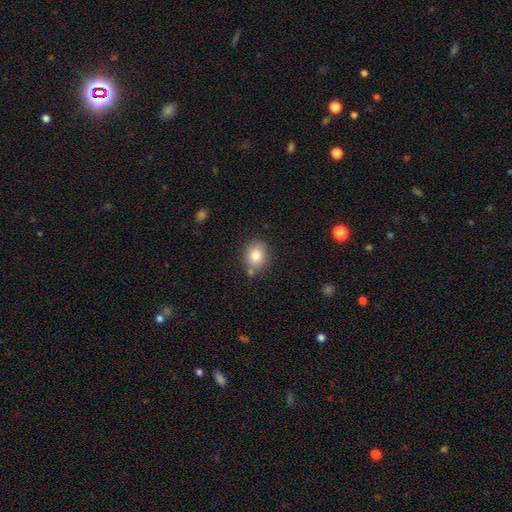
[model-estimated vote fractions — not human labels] Smooth or featured: smooth — 82% (star or artifact — 9%)
How rounded: round — 65% (in between — 34%)
Merging: none — 74% (minor disturbance — 14%)